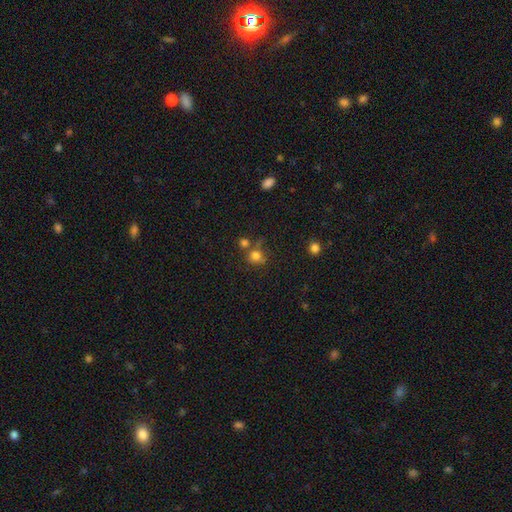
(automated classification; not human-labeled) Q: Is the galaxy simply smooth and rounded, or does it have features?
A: smooth — 77%.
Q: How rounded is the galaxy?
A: round — 82%.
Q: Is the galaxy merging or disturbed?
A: none — 56%.